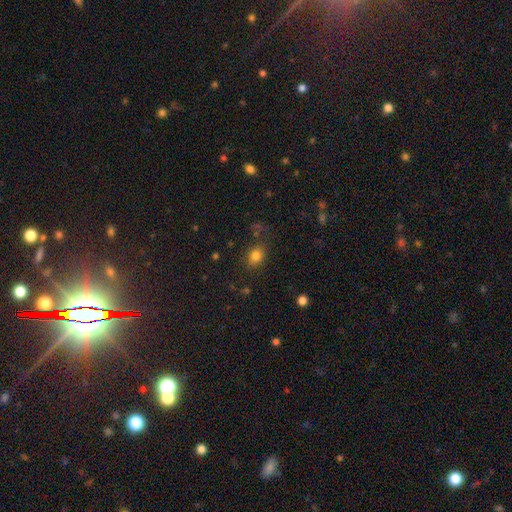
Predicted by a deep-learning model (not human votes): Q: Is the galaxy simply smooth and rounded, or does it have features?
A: smooth — 80%.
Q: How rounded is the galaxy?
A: in between — 57%.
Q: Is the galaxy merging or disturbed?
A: none — 75%.